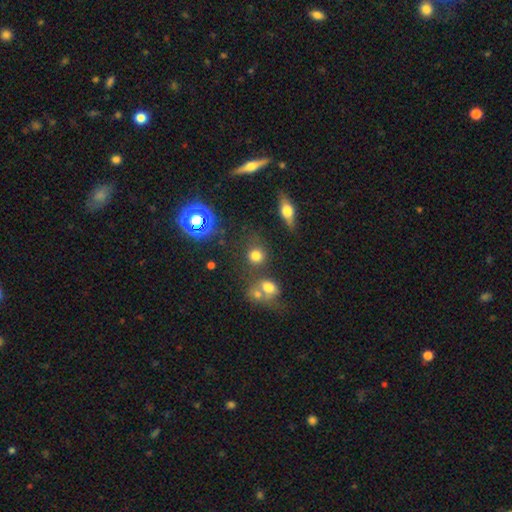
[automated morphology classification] A smooth galaxy with no disk features (74%) that is round (82%).

Vote fractions:
- Smooth or featured? smooth: 74% / star or artifact: 17% / featured or disk: 9%
- How rounded? round: 82% / in between: 16% / cigar-shaped: 2%
- Merging? none: 65% / merger: 16% / minor disturbance: 12% / major disturbance: 6%